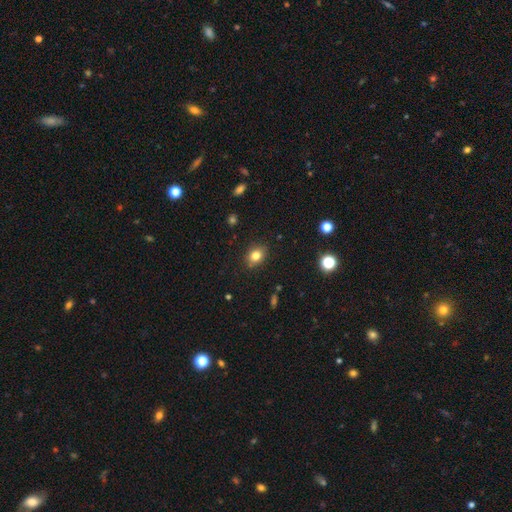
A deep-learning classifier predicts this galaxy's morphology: Smooth or featured?
  - smooth: 80% *
  - star or artifact: 12%
  - featured or disk: 8%
How rounded?
  - in between: 54% *
  - round: 45%
  - cigar-shaped: 1%
Merging?
  - none: 86% *
  - minor disturbance: 11%
  - major disturbance: 2%
  - merger: 1%